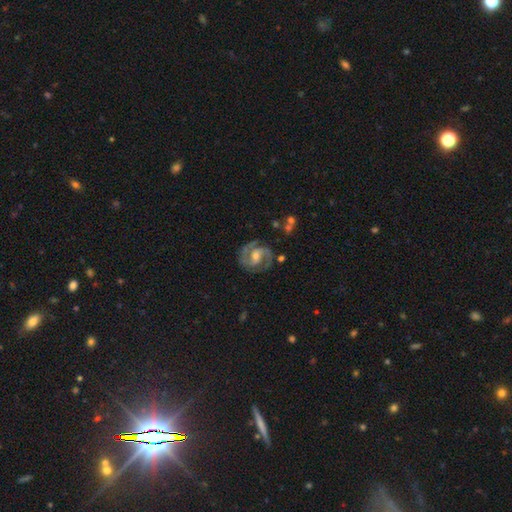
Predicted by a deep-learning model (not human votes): Morphology: type=featured or disk (90%); edge-on=no (98%); bar=weak (46%); spiral arms=yes (98%); winding=medium (54%); arm count=2 (91%); bulge=moderate (54%); merging=none (80%).